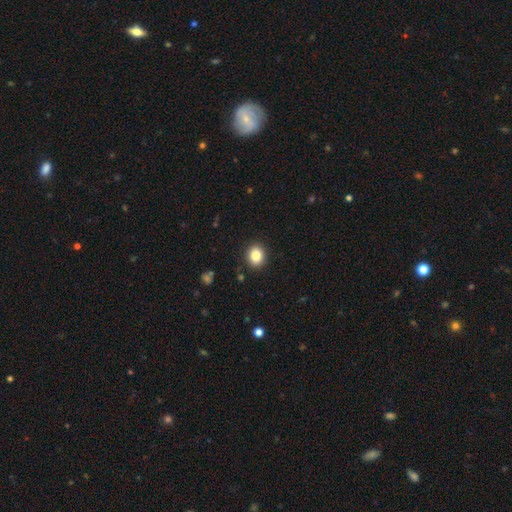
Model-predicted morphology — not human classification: Q: Smooth or featured?
A: smooth (84%); runner-up: star or artifact (10%)
Q: How rounded?
A: round (66%); runner-up: in between (33%)
Q: Merging?
A: none (91%); runner-up: minor disturbance (6%)